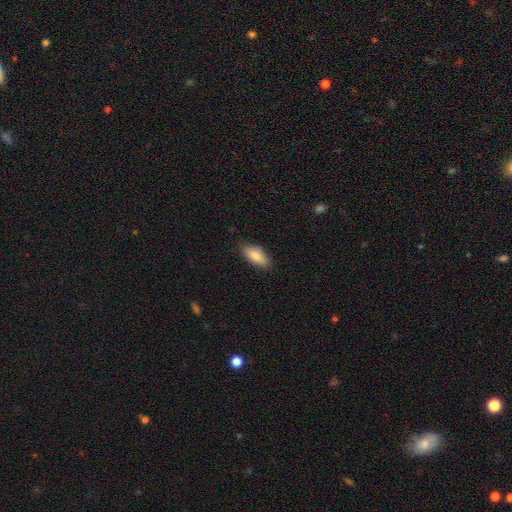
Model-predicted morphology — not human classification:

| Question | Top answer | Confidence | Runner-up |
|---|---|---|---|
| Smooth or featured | smooth | 86% | featured or disk (8%) |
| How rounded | in between | 84% | cigar-shaped (14%) |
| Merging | none | 84% | minor disturbance (13%) |